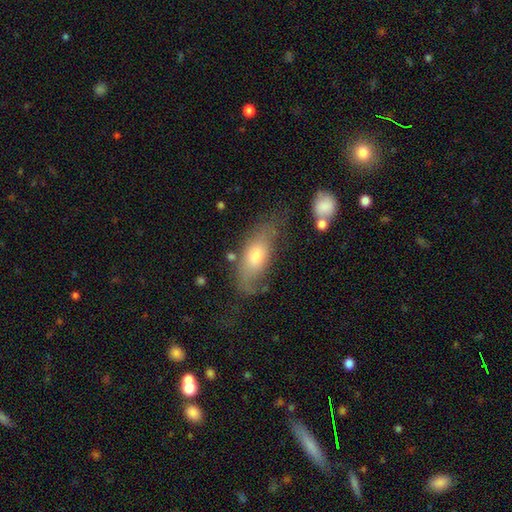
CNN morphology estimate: This appears to be a smooth galaxy with no disk features (59%) that is in between round and cigar-shaped (79%). Merging: none (50%).